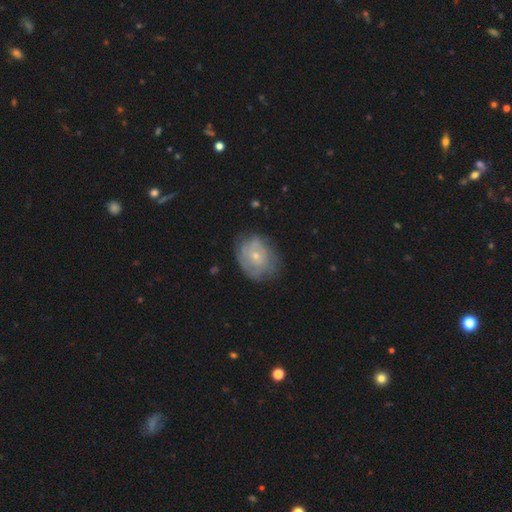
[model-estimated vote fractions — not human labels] smooth-or-featured: featured or disk: 59% | smooth: 34% | star or artifact: 7%
  disk-edge-on: no: 97% | yes: 3%
    bar: no: 83% | weak: 15% | strong: 2%
    has-spiral-arms: yes: 68% | no: 32%
    bulge-size: small: 72% | moderate: 24% | none: 2% | large: 1% | dominant: 1%
  merging: none: 69% | minor disturbance: 21% | major disturbance: 8% | merger: 1%